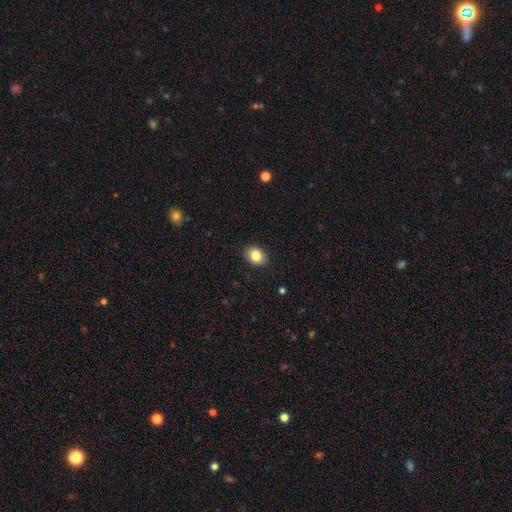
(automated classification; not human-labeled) Smooth or featured? Predicted: smooth (p=0.85). How rounded? Predicted: in between (p=0.65). Merging? Predicted: none (p=0.87).